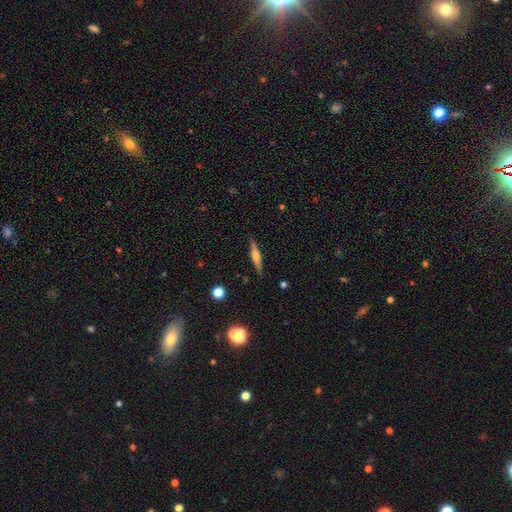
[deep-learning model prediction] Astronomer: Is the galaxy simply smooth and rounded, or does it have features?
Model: featured or disk — 56% (runner-up: smooth, 38%).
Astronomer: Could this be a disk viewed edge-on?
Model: yes — 96%.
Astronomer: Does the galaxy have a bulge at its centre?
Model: rounded — 82%.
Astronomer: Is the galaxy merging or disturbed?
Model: none — 89%.